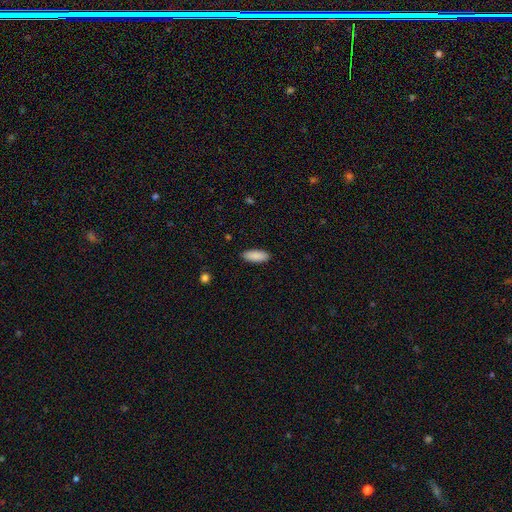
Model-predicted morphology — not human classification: Smooth or featured?
  - smooth: 90% *
  - star or artifact: 6%
  - featured or disk: 4%
How rounded?
  - in between: 76% *
  - cigar-shaped: 22%
  - round: 2%
Merging?
  - none: 89% *
  - minor disturbance: 8%
  - major disturbance: 2%
  - merger: 1%